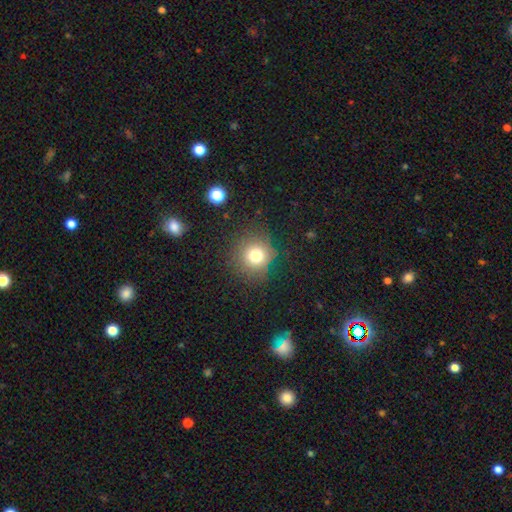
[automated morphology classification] Q: Smooth or featured?
A: smooth (75%); runner-up: star or artifact (15%)
Q: How rounded?
A: round (91%); runner-up: in between (8%)
Q: Merging?
A: none (80%); runner-up: minor disturbance (13%)